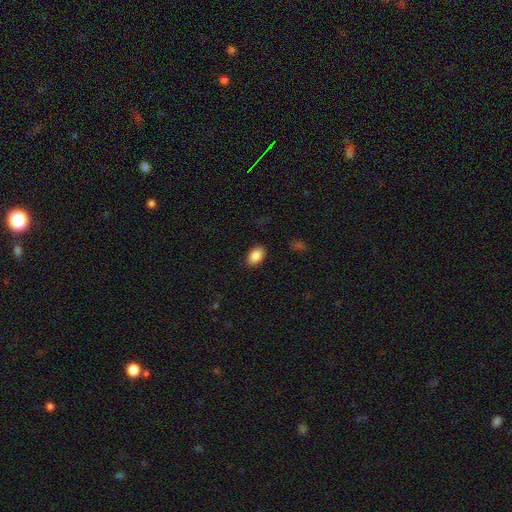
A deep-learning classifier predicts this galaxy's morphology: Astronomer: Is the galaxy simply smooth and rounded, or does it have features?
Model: smooth — 87%.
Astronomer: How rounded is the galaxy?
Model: in between — 88%.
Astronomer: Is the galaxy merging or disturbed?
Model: none — 86%.